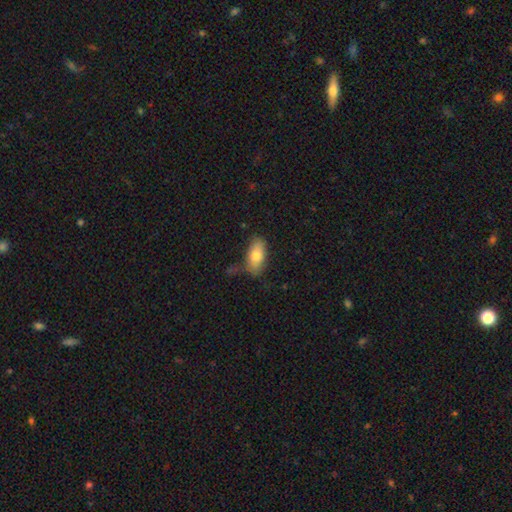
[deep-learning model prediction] A smooth galaxy with no disk features (77%) that is in between round and cigar-shaped (89%).

Vote fractions:
- Smooth or featured? smooth: 77% / featured or disk: 16% / star or artifact: 7%
- How rounded? in between: 89% / cigar-shaped: 7% / round: 4%
- Merging? none: 69% / minor disturbance: 21% / major disturbance: 6% / merger: 5%